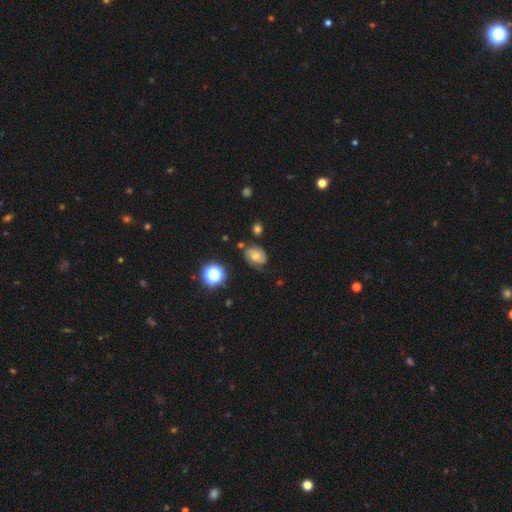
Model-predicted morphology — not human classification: Smooth or featured? smooth (47%)
Merging? none (60%)